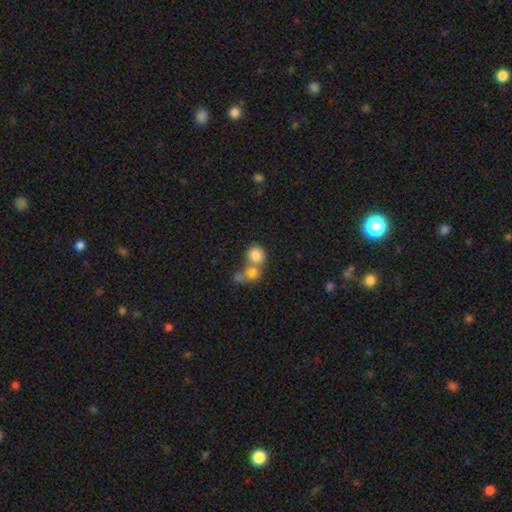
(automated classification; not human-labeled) A smooth galaxy with no disk features (80%) that is round (79%). Merging: merger (55%).